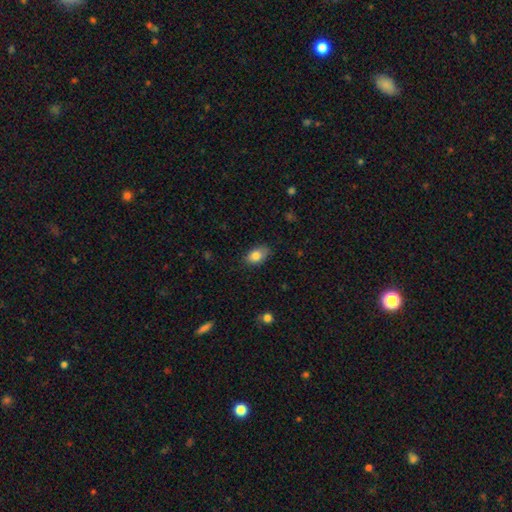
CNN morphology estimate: smooth_or_featured: smooth (p=0.83) [alt: featured or disk p=0.09]
how_rounded: in between (p=0.87) [alt: round p=0.11]
merging: none (p=0.77) [alt: minor disturbance p=0.19]